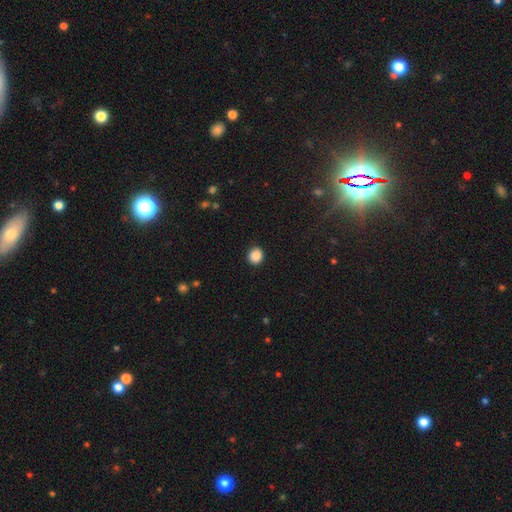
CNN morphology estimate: Smooth or featured? Predicted: smooth (p=0.88). How rounded? Predicted: round (p=0.85). Merging? Predicted: none (p=0.92).